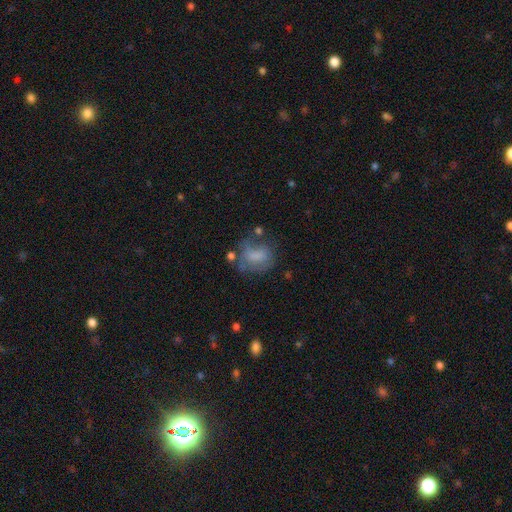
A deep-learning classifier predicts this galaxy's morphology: Smooth or featured: smooth — 60% (featured or disk — 29%)
How rounded: in between — 52% (round — 46%)
Merging: none — 43% (minor disturbance — 25%)